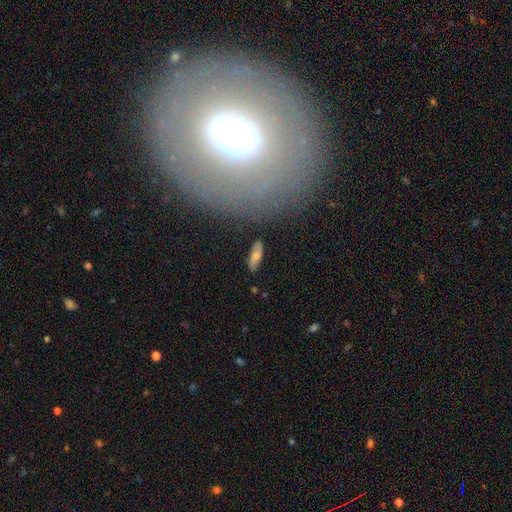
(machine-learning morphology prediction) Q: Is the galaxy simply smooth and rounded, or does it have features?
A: smooth — 66%.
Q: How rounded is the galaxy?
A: in between — 64%.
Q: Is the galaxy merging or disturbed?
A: none — 81%.